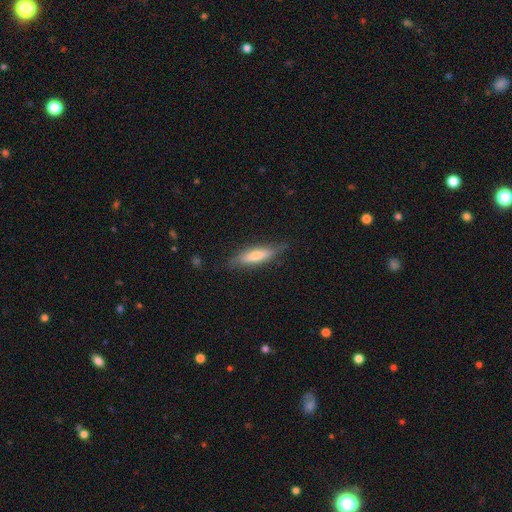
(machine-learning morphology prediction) Smooth or featured?
  - smooth: 55% *
  - featured or disk: 38%
  - star or artifact: 6%
How rounded?
  - cigar-shaped: 70% *
  - in between: 28%
  - round: 2%
Merging?
  - none: 79% *
  - minor disturbance: 17%
  - major disturbance: 3%
  - merger: 1%